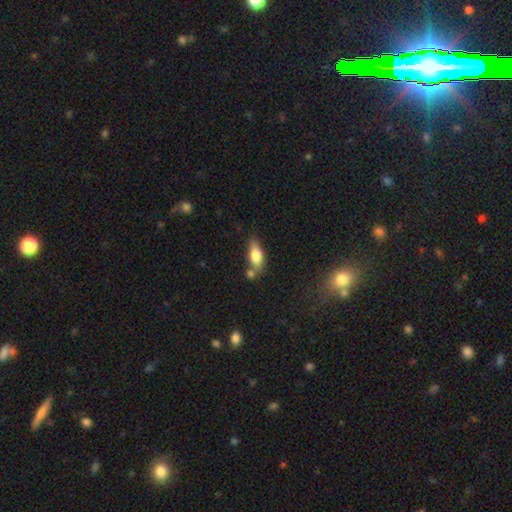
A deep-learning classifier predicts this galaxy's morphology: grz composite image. It shows a smooth galaxy with no disk features (74%) that is in between round and cigar-shaped (78%). Merging: none (51%).